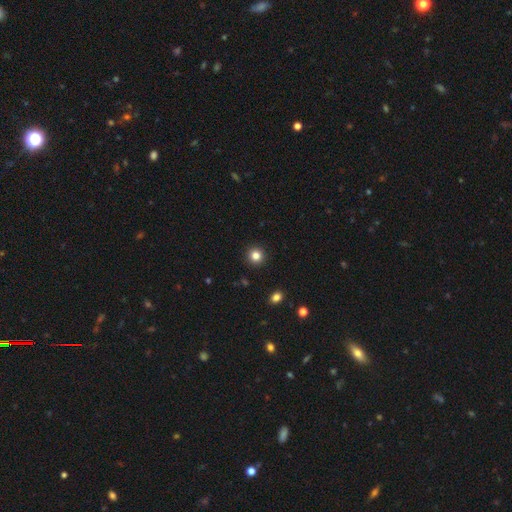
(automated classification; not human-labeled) This is clearly a smooth galaxy (82%). How rounded: clearly round (94%). Merging: clearly none (93%).